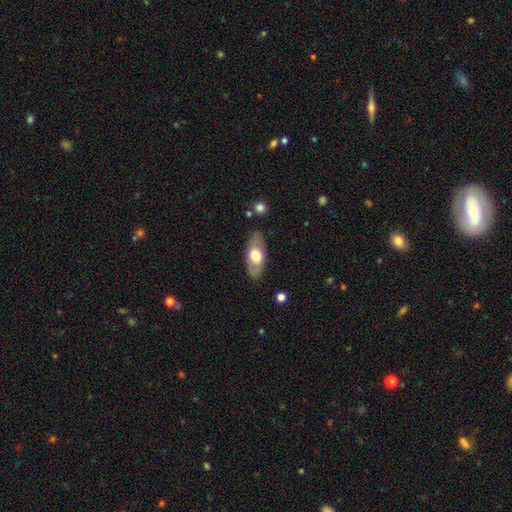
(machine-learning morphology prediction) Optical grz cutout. It shows a smooth galaxy with no disk features (58%) that is in between round and cigar-shaped (85%). Merging: none (82%).